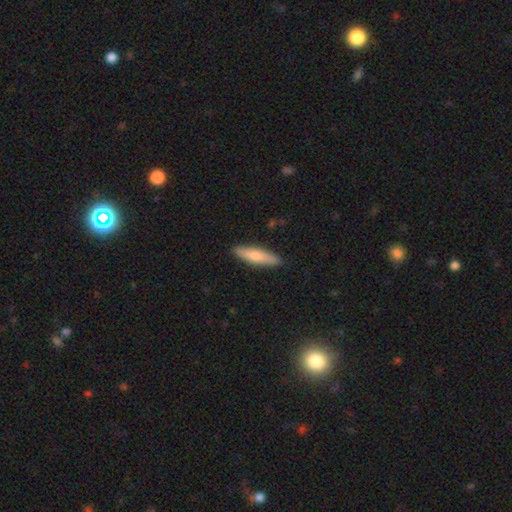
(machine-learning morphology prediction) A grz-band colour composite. It shows a smooth galaxy with no disk features (73%) that is cigar-shaped (75%). Merging: none (89%).